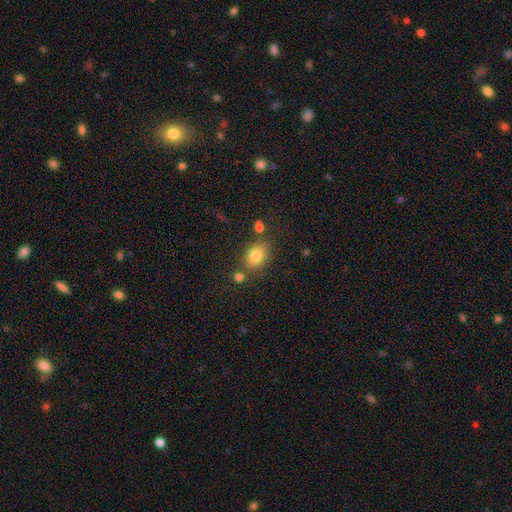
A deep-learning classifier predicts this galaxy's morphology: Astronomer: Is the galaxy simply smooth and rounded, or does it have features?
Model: smooth — 81%.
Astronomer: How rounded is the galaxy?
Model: in between — 64%.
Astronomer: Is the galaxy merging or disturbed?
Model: none — 73%.